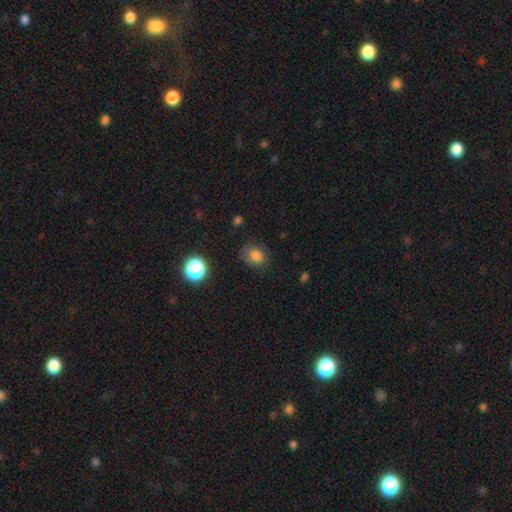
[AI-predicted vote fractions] Q: Smooth or featured?
A: smooth (79%); runner-up: star or artifact (13%)
Q: How rounded?
A: round (56%); runner-up: in between (43%)
Q: Merging?
A: none (69%); runner-up: minor disturbance (22%)